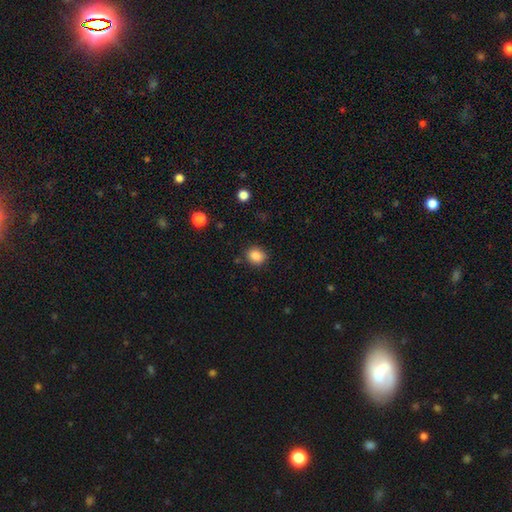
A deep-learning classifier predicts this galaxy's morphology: A smooth galaxy with no disk features (86%) that is round (66%).

Vote fractions:
- Smooth or featured? smooth: 86% / star or artifact: 10% / featured or disk: 4%
- How rounded? round: 66% / in between: 33% / cigar-shaped: 1%
- Merging? none: 84% / minor disturbance: 11% / major disturbance: 3% / merger: 2%